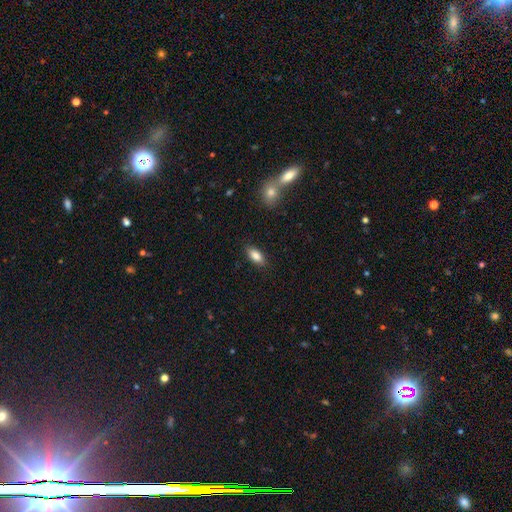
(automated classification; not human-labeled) Smooth or featured? Predicted: smooth (p=0.85). How rounded? Predicted: in between (p=0.85). Merging? Predicted: none (p=0.87).